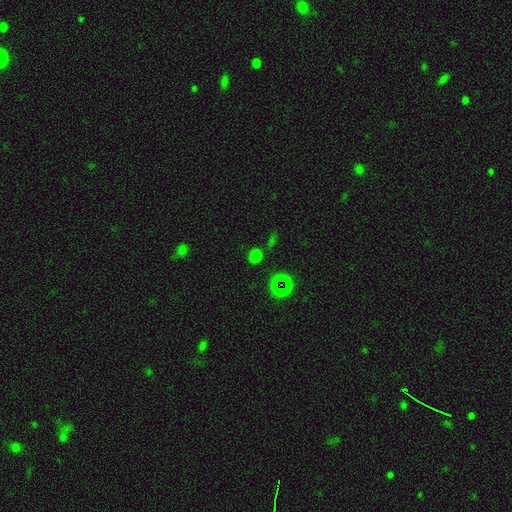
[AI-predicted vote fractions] A smooth galaxy with no disk features (54%) that is round (56%). Merging: none (73%).